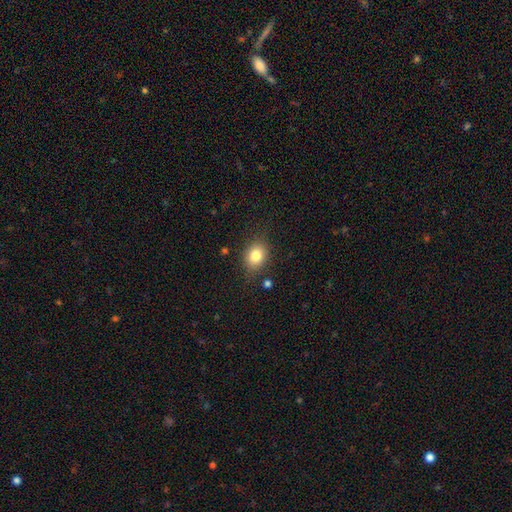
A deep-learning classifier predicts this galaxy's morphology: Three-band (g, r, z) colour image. It shows a smooth galaxy with no disk features (82%) that is in between round and cigar-shaped (54%). Merging: none (81%).